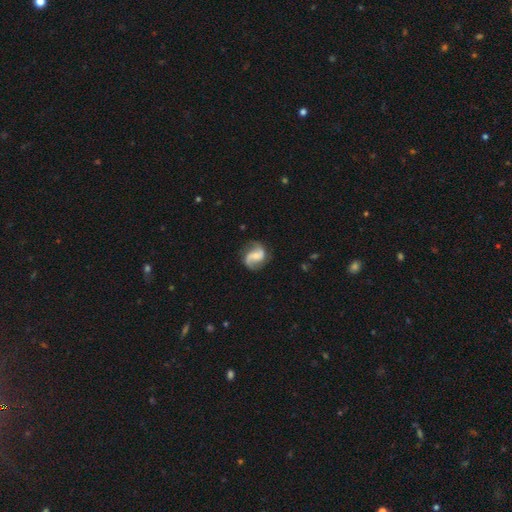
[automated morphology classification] Q: Smooth or featured?
A: featured or disk (83%); runner-up: smooth (11%)
Q: Edge-on disk?
A: no (98%); runner-up: yes (2%)
Q: Bar?
A: weak (43%); runner-up: no (39%)
Q: Spiral arms?
A: yes (96%); runner-up: no (4%)
Q: Spiral winding?
A: medium (44%); runner-up: loose (42%)
Q: Spiral arm count?
A: 2 (91%); runner-up: 1 (3%)
Q: Bulge size?
A: small (47%); runner-up: moderate (37%)
Q: Merging?
A: none (77%); runner-up: minor disturbance (16%)